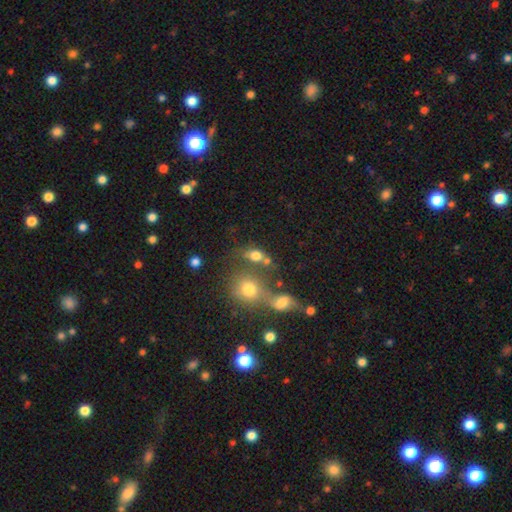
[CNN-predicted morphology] type=smooth (72%); roundness=in between (57%); merging=none (41%).